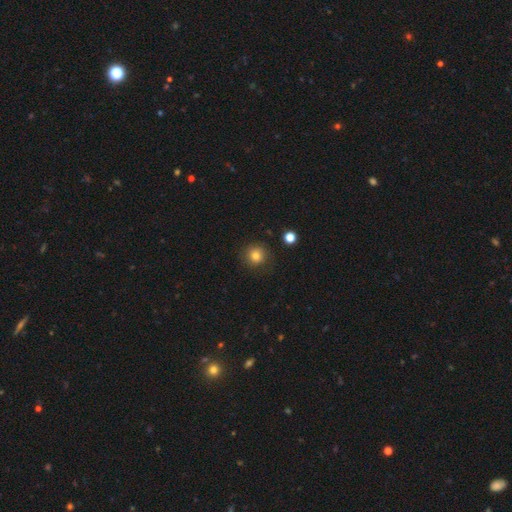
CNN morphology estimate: smooth-or-featured: smooth: 79% | star or artifact: 12% | featured or disk: 9%
  how-rounded: round: 92% | in between: 7% | cigar-shaped: 1%
  merging: none: 83% | minor disturbance: 11% | major disturbance: 4% | merger: 2%